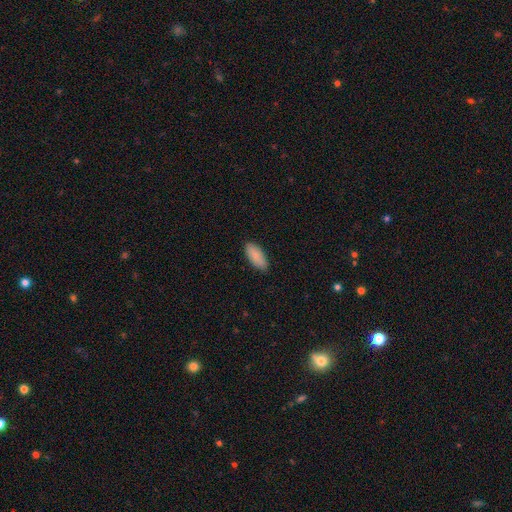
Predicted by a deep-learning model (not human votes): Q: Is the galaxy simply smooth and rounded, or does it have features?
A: smooth — 88%.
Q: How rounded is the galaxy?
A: in between — 85%.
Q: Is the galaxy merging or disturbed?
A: none — 87%.